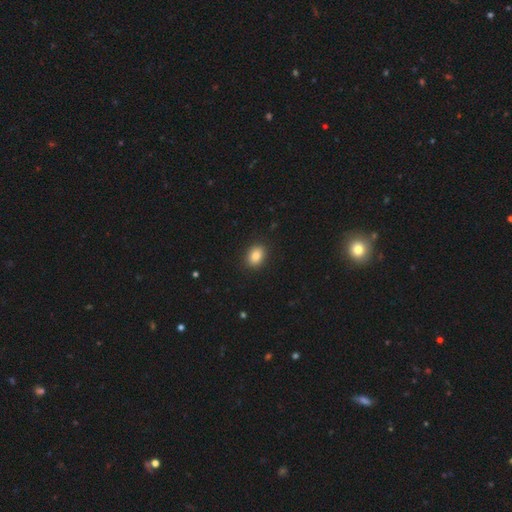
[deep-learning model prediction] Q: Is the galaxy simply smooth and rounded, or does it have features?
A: smooth — 86%.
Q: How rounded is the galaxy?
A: in between — 69%.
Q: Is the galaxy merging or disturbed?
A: none — 90%.